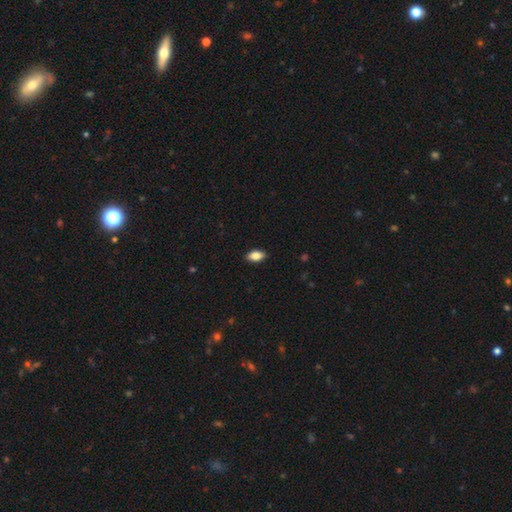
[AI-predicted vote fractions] A smooth galaxy with no disk features (85%) that is in between round and cigar-shaped (91%).

Vote fractions:
- Smooth or featured? smooth: 85% / star or artifact: 8% / featured or disk: 7%
- How rounded? in between: 91% / round: 5% / cigar-shaped: 4%
- Merging? none: 88% / minor disturbance: 9% / major disturbance: 2% / merger: 1%